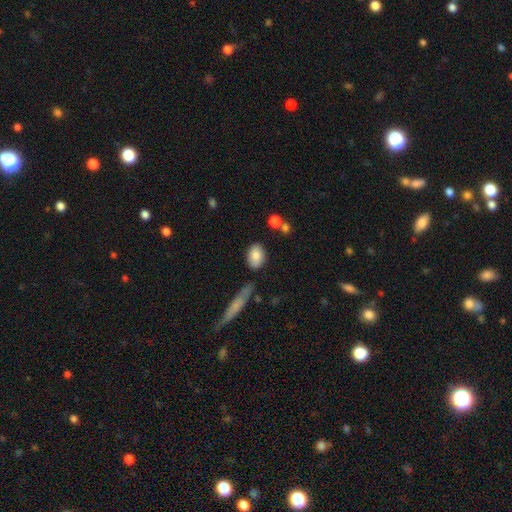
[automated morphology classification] Overall: smooth (84%). How rounded: in between (83%). Merging: none (81%).